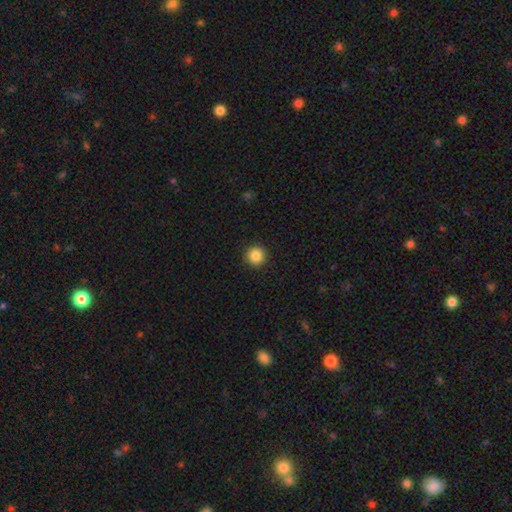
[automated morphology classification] Smooth or featured: smooth — 86% (star or artifact — 10%)
How rounded: round — 96% (in between — 3%)
Merging: none — 92% (minor disturbance — 5%)